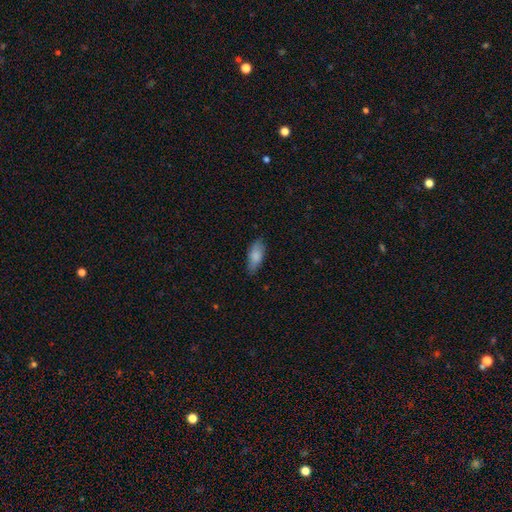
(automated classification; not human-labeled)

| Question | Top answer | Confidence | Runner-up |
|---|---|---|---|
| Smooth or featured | smooth | 83% | featured or disk (11%) |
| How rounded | in between | 81% | cigar-shaped (17%) |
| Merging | none | 80% | minor disturbance (16%) |